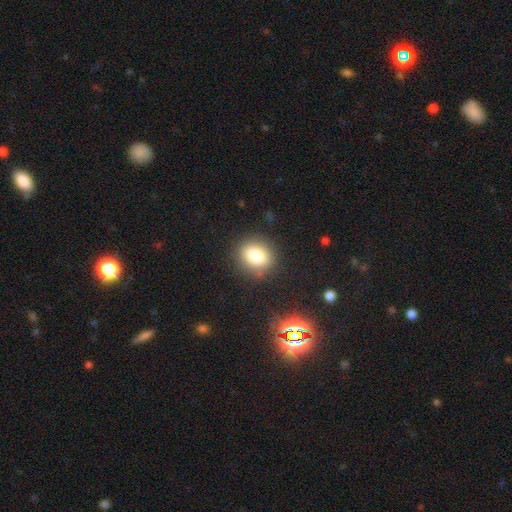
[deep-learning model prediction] This is clearly a smooth galaxy (80%). How rounded: likely round (67%). Merging: clearly none (86%).